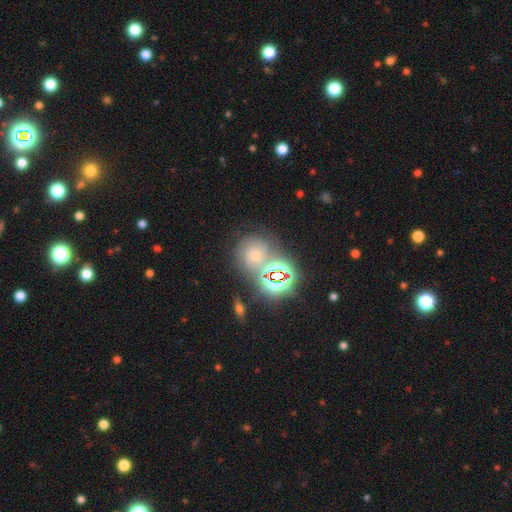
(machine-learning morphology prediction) Smooth or featured? Predicted: star or artifact (p=0.38, tied with smooth).